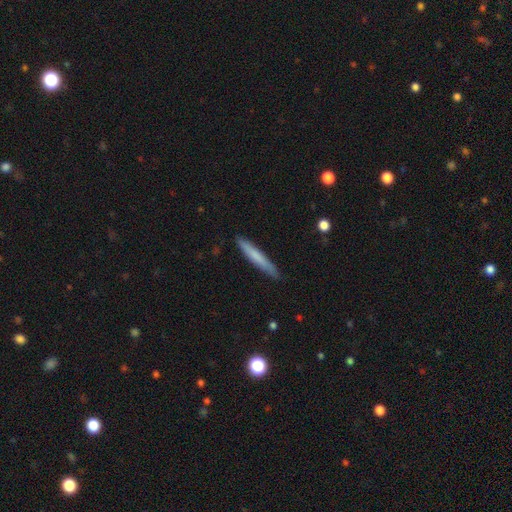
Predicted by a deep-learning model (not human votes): This is likely a smooth galaxy (70%). How rounded: clearly cigar-shaped (95%). Merging: clearly none (88%).